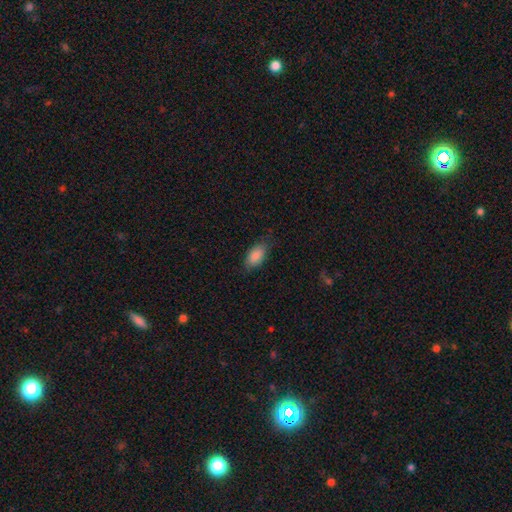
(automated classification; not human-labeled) smooth-or-featured: smooth: 87% | star or artifact: 7% | featured or disk: 6%
  how-rounded: in between: 92% | cigar-shaped: 4% | round: 4%
  merging: none: 75% | minor disturbance: 19% | major disturbance: 5% | merger: 1%